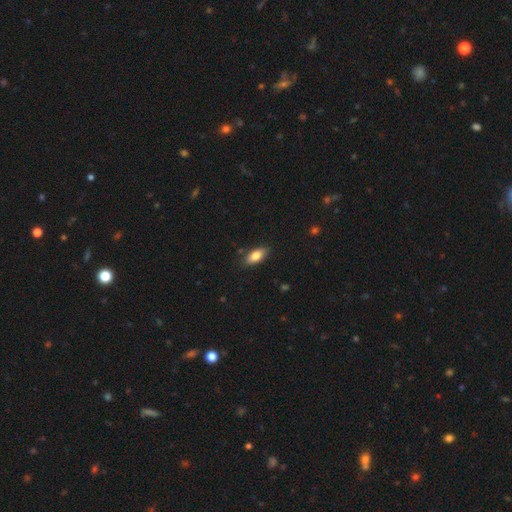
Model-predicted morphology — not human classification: The model was most divided on "smooth or featured": smooth: 79%, featured or disk: 14%, star or artifact: 7%. More confident: merging — none (84%); how rounded — in between (84%).